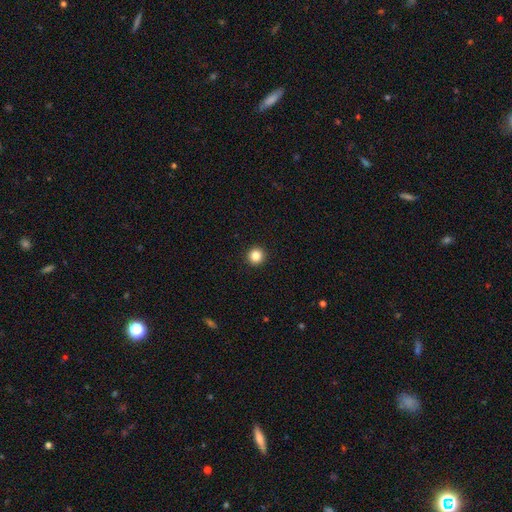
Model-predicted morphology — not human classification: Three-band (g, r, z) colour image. It shows a smooth galaxy with no disk features (85%) that is round (95%). Merging: none (94%).